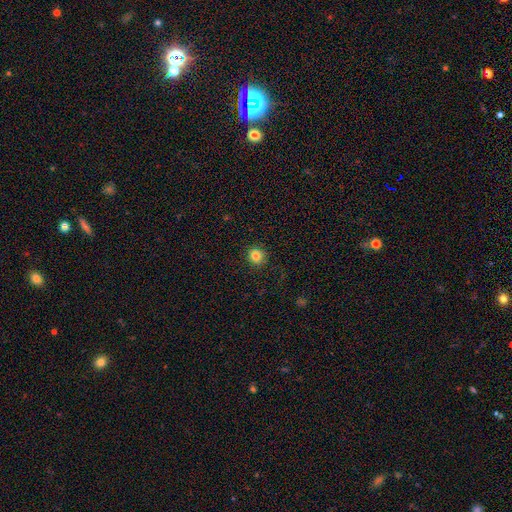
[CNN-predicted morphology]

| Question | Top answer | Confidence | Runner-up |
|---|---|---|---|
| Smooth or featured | smooth | 84% | star or artifact (11%) |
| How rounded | round | 89% | in between (10%) |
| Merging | none | 89% | minor disturbance (7%) |